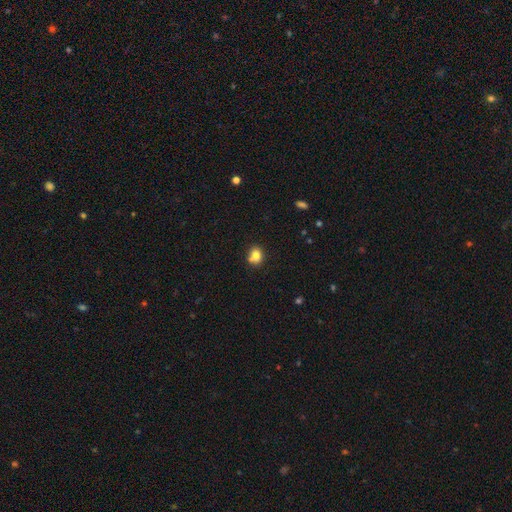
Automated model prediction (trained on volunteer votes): The model was most divided on "how rounded": round: 55%, in between: 44%, cigar-shaped: 1%. More confident: smooth or featured — smooth (78%); merging — none (59%).